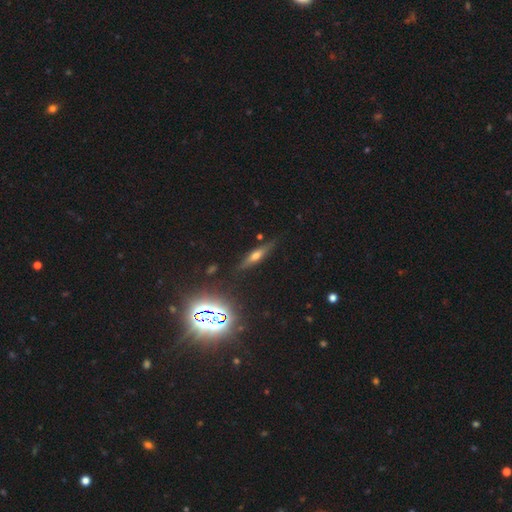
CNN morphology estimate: Overall: featured or disk (54%; smooth 29%). Edge-on disk: yes (92%). Merging: none (84%).